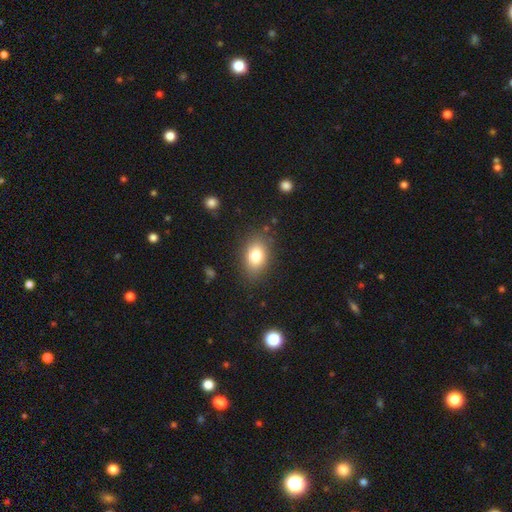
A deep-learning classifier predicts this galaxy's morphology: Overall: smooth (79%). How rounded: in between (83%). Merging: none (82%).